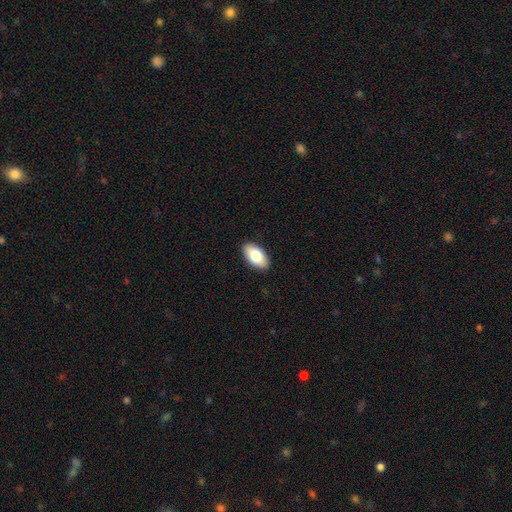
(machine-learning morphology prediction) A smooth galaxy with no disk features (81%) that is in between round and cigar-shaped (95%).

Vote fractions:
- Smooth or featured? smooth: 81% / featured or disk: 12% / star or artifact: 6%
- How rounded? in between: 95% / round: 3% / cigar-shaped: 2%
- Merging? none: 90% / minor disturbance: 7% / major disturbance: 2% / merger: 1%